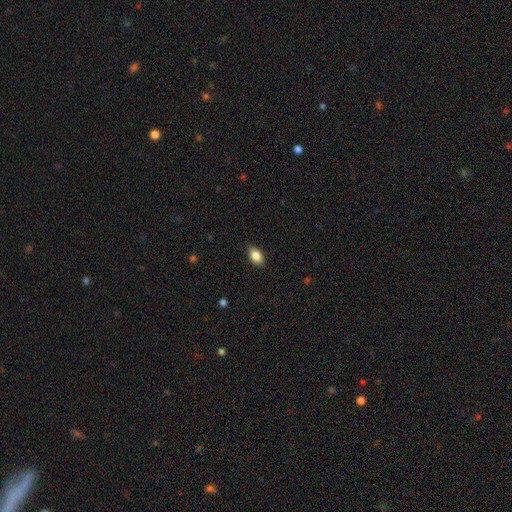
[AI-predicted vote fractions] This appears to be a smooth galaxy with no disk features (85%) that is in between round and cigar-shaped (89%). Merging: none (88%).